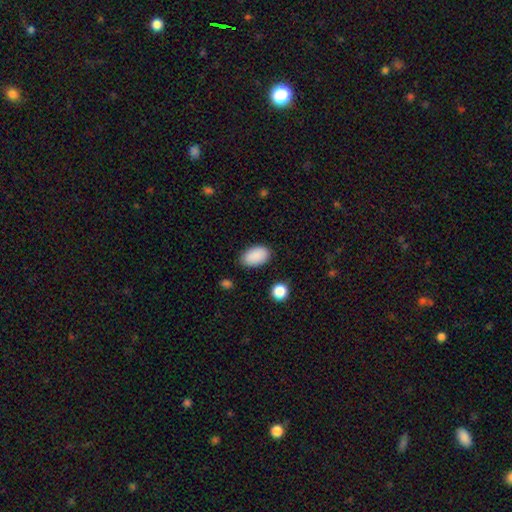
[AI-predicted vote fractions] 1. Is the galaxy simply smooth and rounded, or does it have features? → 90% smooth, 7% star or artifact, 3% featured or disk.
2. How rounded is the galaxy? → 93% in between, 5% round, 1% cigar-shaped.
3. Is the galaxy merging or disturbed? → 85% none, 11% minor disturbance, 3% major disturbance, 1% merger.